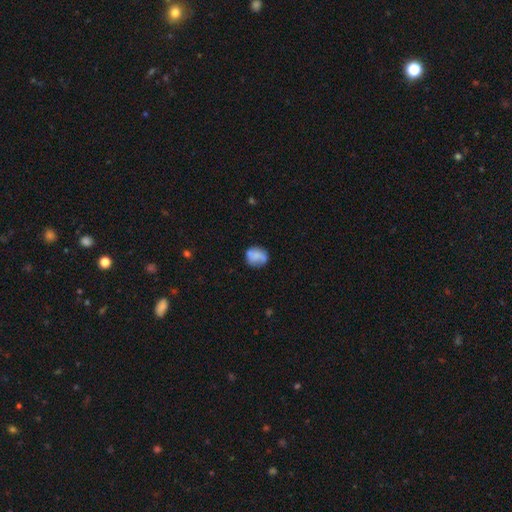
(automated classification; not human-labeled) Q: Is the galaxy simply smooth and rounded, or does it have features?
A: smooth — 68%.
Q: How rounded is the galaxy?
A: round — 66%.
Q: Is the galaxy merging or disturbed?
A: none — 59%.